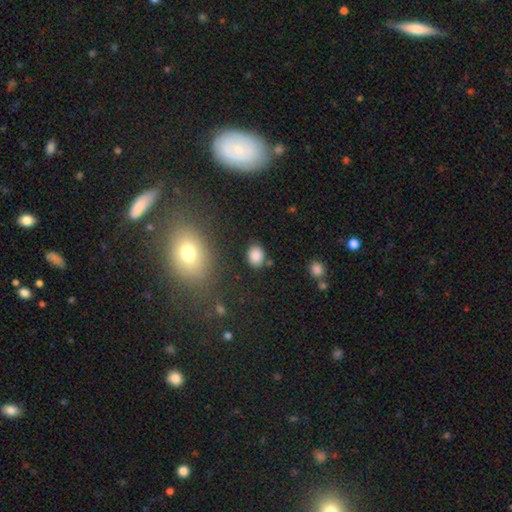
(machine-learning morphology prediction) This appears to be a smooth galaxy with no disk features (85%) that is in between round and cigar-shaped (50%). Merging: none (81%).